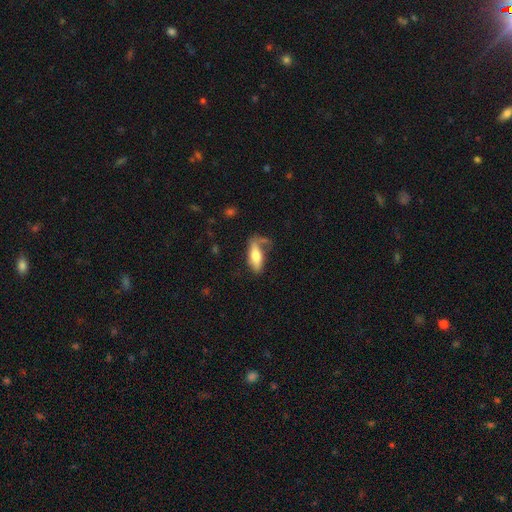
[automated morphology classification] A smooth galaxy with no disk features (63%) that is in between round and cigar-shaped (63%). Merging: none (46%).